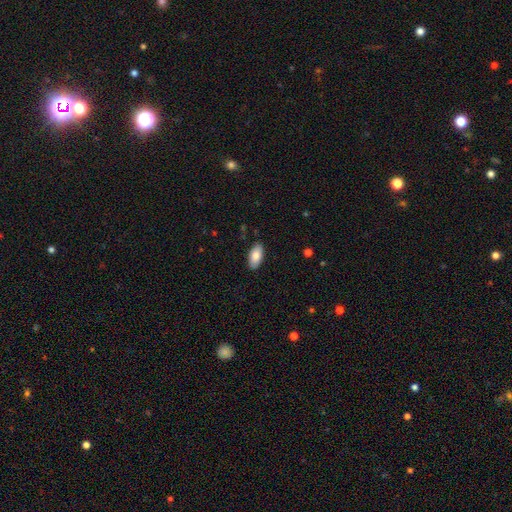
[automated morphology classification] A smooth galaxy with no disk features (83%) that is in between round and cigar-shaped (93%).

Vote fractions:
- Smooth or featured? smooth: 83% / featured or disk: 11% / star or artifact: 6%
- How rounded? in between: 93% / cigar-shaped: 5% / round: 2%
- Merging? none: 88% / minor disturbance: 9% / major disturbance: 2% / merger: 1%